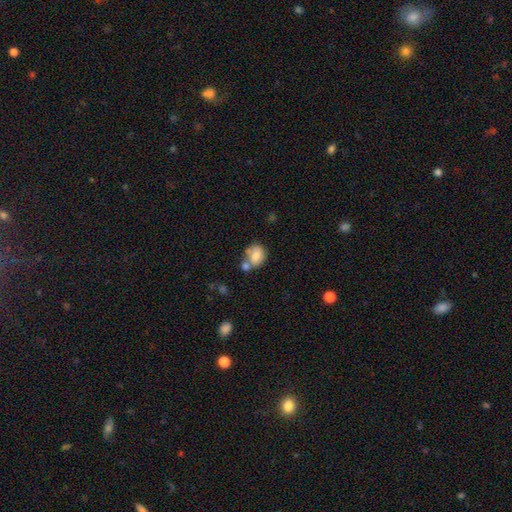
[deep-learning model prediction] smooth 74%, featured or disk 17%, star or artifact 9%. Down the decision tree: how rounded — round (58%); merging — none (40%).